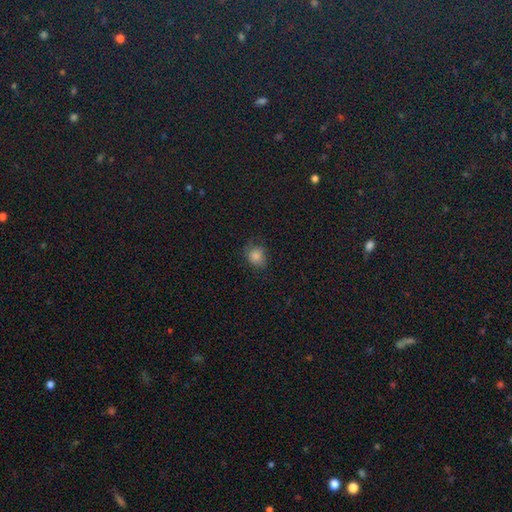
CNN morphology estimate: Overall: smooth (79%). How rounded: round (66%; in between 33%). Merging: none (72%).